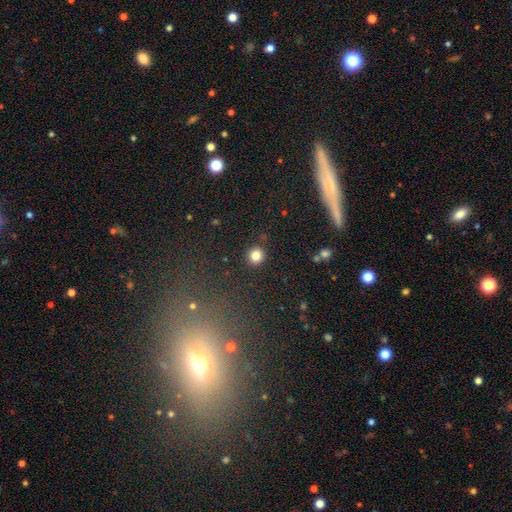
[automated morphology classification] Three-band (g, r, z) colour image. It shows a smooth galaxy with no disk features (83%) that is round (89%). Merging: none (90%).